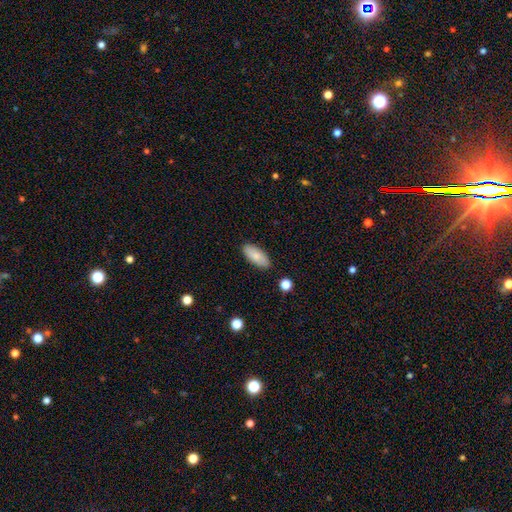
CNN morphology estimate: This appears to be a smooth galaxy with no disk features (83%) that is in between round and cigar-shaped (86%). Merging: none (87%).